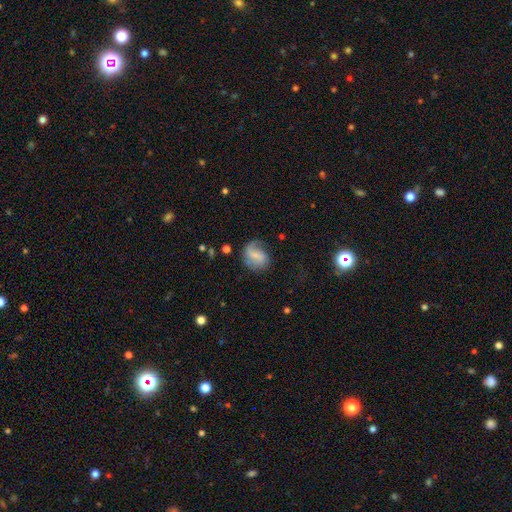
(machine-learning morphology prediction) A featured or disk galaxy (55%) with a weak bar (46%), spiral arms (86%) and no central bulge (45%).

Vote fractions:
- Smooth or featured? featured or disk: 55% / smooth: 37% / star or artifact: 8%
- Edge-on disk? no: 97% / yes: 3%
- Bar? weak: 46% / no: 33% / strong: 22%
- Spiral arms? yes: 86% / no: 14%
- Bulge size? none: 45% / small: 34% / moderate: 16% / large: 4% / dominant: 2%
- Merging? none: 55% / minor disturbance: 24% / major disturbance: 18% / merger: 2%